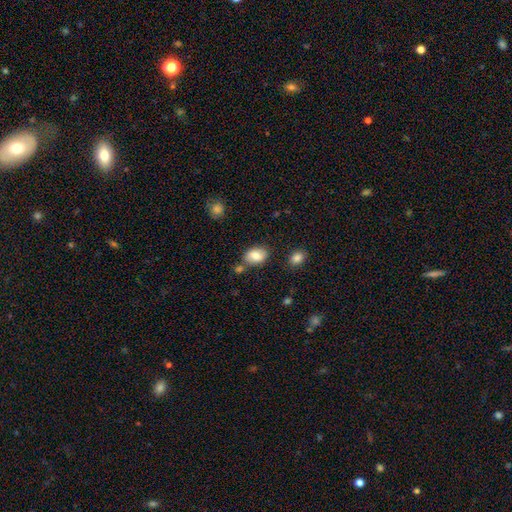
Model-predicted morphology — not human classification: smooth-or-featured: smooth: 80% | featured or disk: 12% | star or artifact: 8%
  how-rounded: in between: 83% | round: 16% | cigar-shaped: 1%
  merging: none: 71% | minor disturbance: 15% | merger: 10% | major disturbance: 3%